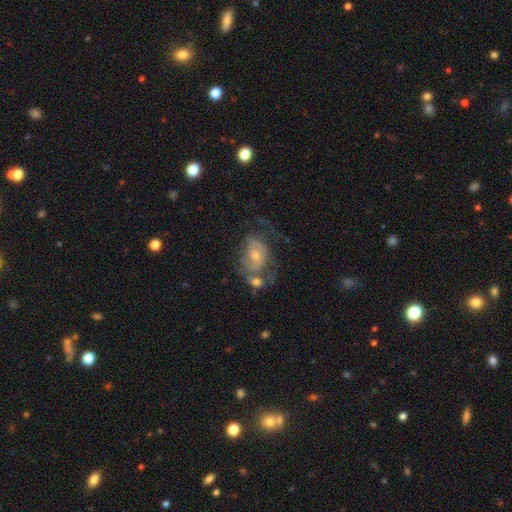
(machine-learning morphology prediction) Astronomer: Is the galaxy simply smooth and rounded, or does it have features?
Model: featured or disk — 69%.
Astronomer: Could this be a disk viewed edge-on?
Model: no — 96%.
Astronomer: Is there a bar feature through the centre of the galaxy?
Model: no — 65%.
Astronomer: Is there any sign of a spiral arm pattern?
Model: yes — 76%.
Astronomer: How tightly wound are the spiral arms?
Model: medium — 40% (runner-up: tight, 37%).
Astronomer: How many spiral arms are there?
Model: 2 — 40% (runner-up: can't tell, 37%).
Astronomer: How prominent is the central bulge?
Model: small — 47% (runner-up: moderate, 45%).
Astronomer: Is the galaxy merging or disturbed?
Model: none — 31% (runner-up: major disturbance, 26%).